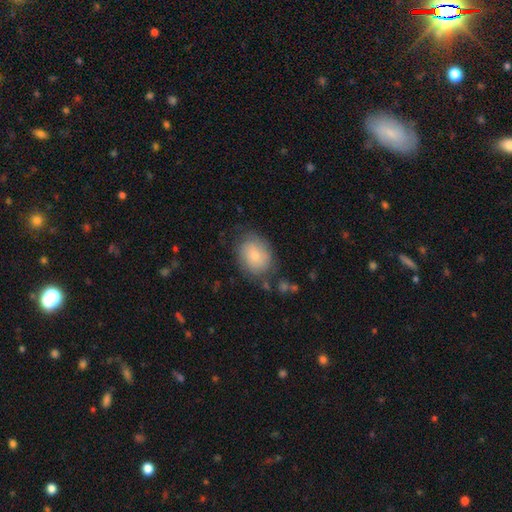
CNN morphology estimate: smooth 73%, featured or disk 20%, star or artifact 7%. Down the decision tree: how rounded — in between (59%); merging — none (67%).